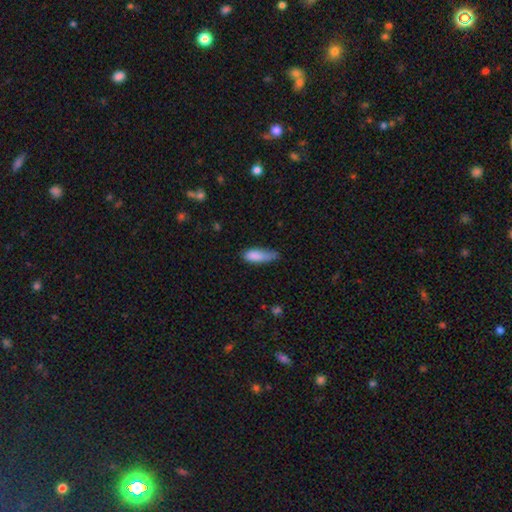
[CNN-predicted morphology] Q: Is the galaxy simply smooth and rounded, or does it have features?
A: smooth — 84%.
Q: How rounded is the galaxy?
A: in between — 61%.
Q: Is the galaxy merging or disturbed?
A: minor disturbance — 45%.